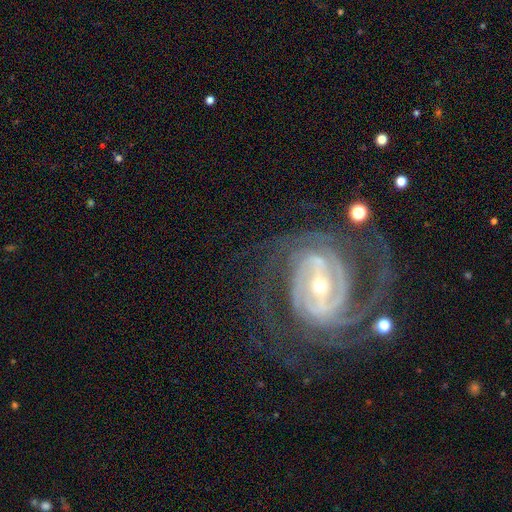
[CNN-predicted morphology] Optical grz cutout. It shows a featured or disk galaxy (90%) with a strong bar (56%), 2 (38%) tight (58%) spiral arms (97%) and a small central bulge (58%). Merging: none (64%).